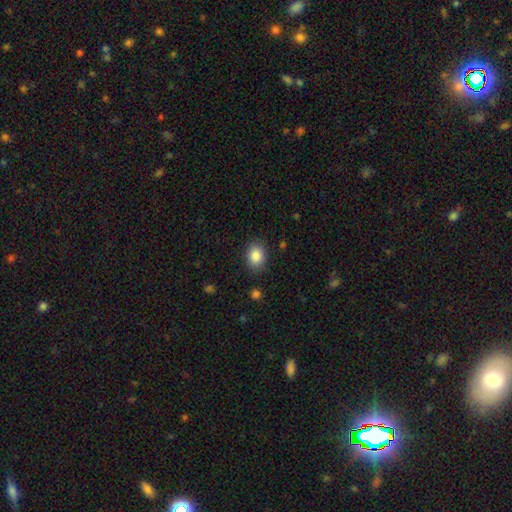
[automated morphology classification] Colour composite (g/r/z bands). It shows a smooth galaxy with no disk features (87%) that is in between round and cigar-shaped (59%). Merging: none (84%).